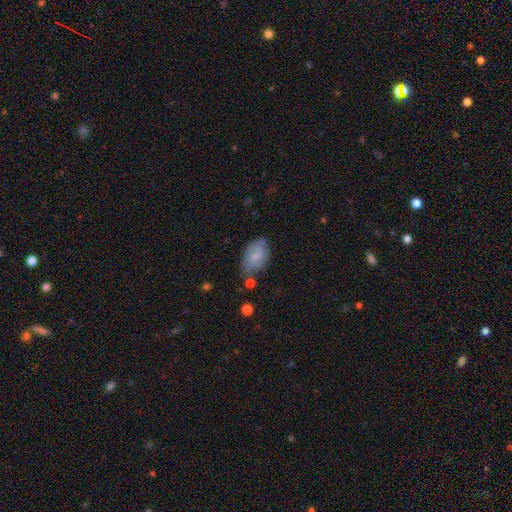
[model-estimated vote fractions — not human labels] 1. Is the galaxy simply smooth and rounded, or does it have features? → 73% smooth, 20% featured or disk, 7% star or artifact.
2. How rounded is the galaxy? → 91% in between, 7% round, 2% cigar-shaped.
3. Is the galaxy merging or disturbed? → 60% none, 28% minor disturbance, 7% major disturbance, 6% merger.